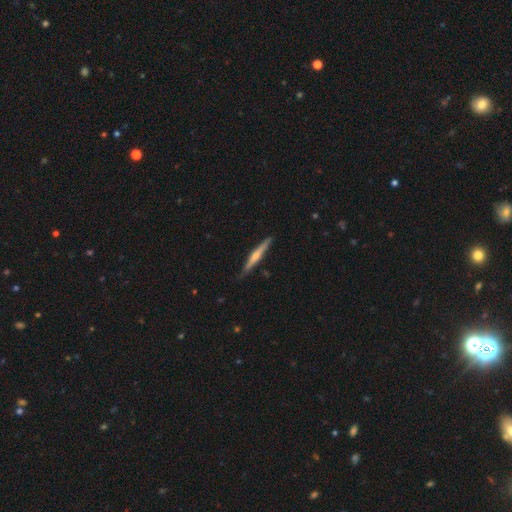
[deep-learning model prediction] featured or disk 60%, smooth 35%, star or artifact 5%. Down the decision tree: edge-on disk — yes (97%); edge-on bulge — rounded (75%); merging — none (85%).